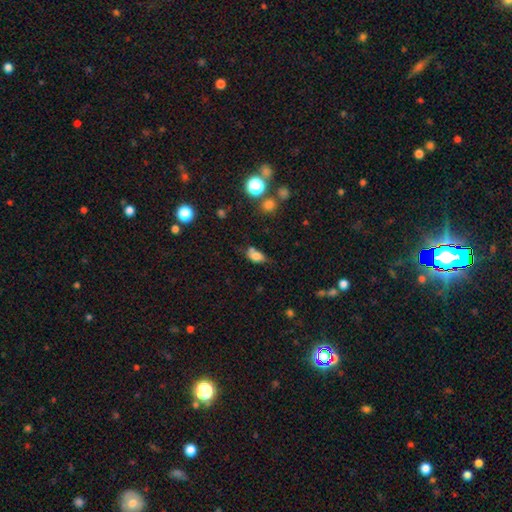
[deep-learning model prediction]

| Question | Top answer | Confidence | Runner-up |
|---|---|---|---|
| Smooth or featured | smooth | 76% | star or artifact (13%) |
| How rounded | in between | 79% | round (15%) |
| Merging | none | 43% | minor disturbance (27%) |